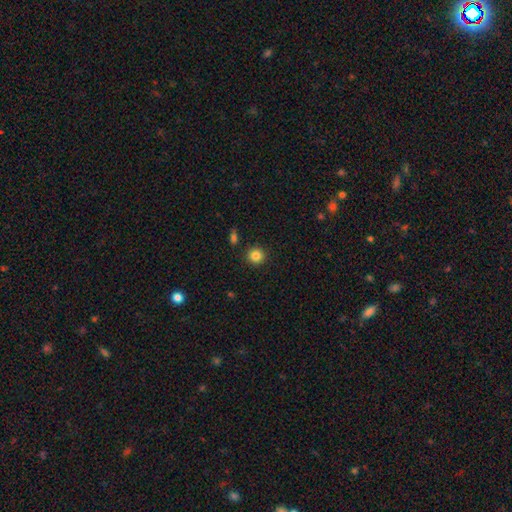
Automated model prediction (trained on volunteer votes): smooth_or_featured: smooth (p=0.85) [alt: star or artifact p=0.11]
how_rounded: round (p=0.91) [alt: in between p=0.08]
merging: none (p=0.90) [alt: minor disturbance p=0.06]